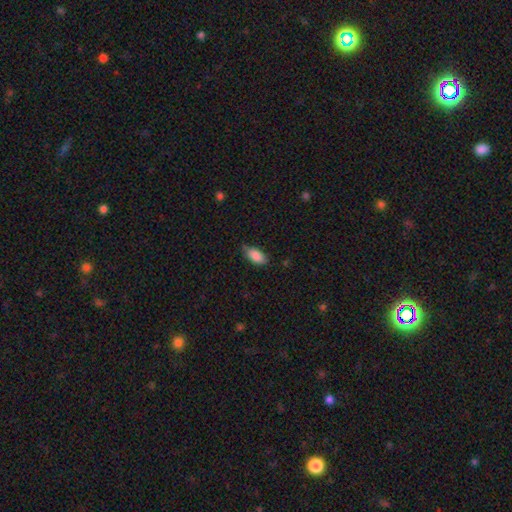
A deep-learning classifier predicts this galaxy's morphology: The model was most divided on "merging": none: 71%, minor disturbance: 24%, major disturbance: 4%, merger: 1%. More confident: how rounded — in between (90%); smooth or featured — smooth (87%).